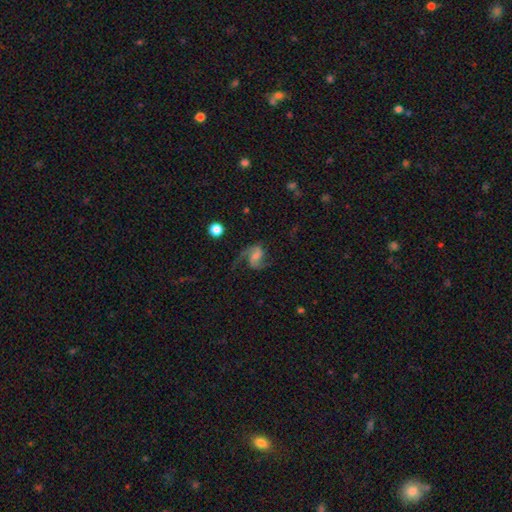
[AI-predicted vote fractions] Smooth or featured? featured or disk (80%)
Edge-on disk? no (98%)
Bar? weak (48%)
Spiral arms? yes (96%)
Spiral winding? loose (51%)
Spiral arm count? 2 (87%)
Bulge size? small (32%)
Merging? none (63%)